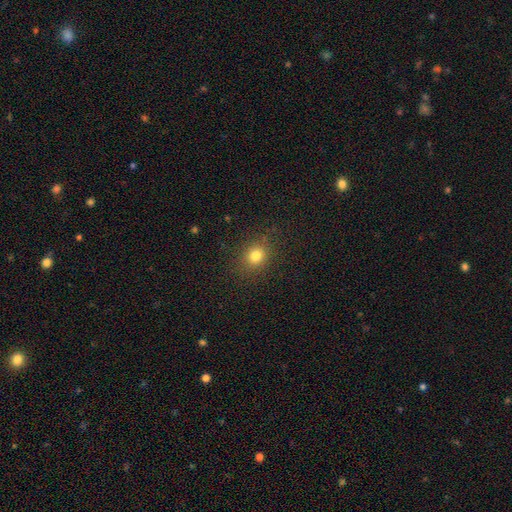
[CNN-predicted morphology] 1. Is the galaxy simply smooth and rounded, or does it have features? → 79% smooth, 15% star or artifact, 7% featured or disk.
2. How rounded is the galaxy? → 69% round, 30% in between, 1% cigar-shaped.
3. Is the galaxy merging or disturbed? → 86% none, 9% minor disturbance, 4% major disturbance, 1% merger.